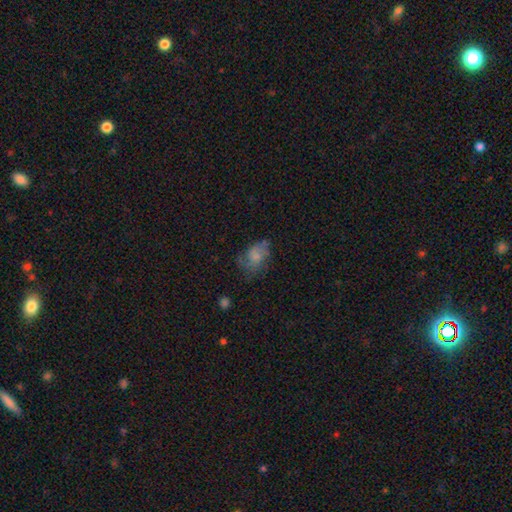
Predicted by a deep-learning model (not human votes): Smooth or featured?
  - smooth: 60% *
  - featured or disk: 29%
  - star or artifact: 11%
How rounded?
  - in between: 79% *
  - round: 19%
  - cigar-shaped: 2%
Merging?
  - none: 45% *
  - minor disturbance: 29%
  - major disturbance: 22%
  - merger: 3%